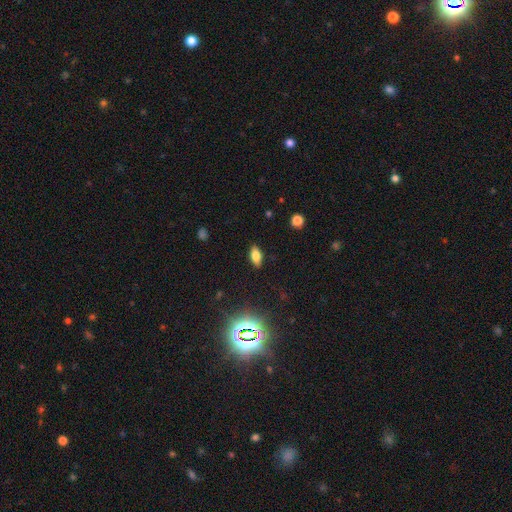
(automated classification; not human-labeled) The model was most divided on "smooth or featured": smooth: 72%, featured or disk: 15%, star or artifact: 14%. More confident: merging — none (87%); how rounded — in between (84%).